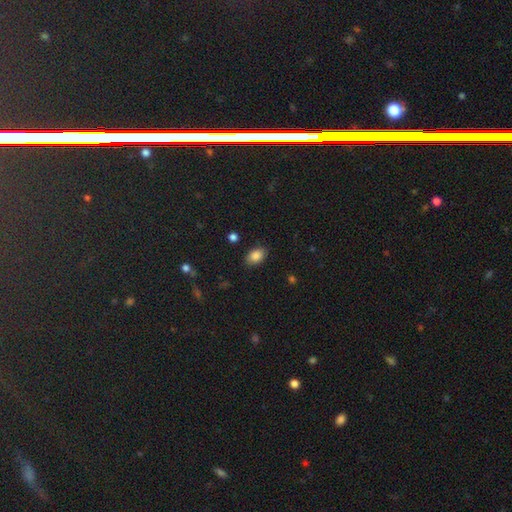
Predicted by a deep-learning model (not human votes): smooth-or-featured: smooth: 86% | star or artifact: 9% | featured or disk: 5%
  how-rounded: in between: 87% | round: 11% | cigar-shaped: 2%
  merging: none: 85% | minor disturbance: 11% | major disturbance: 3% | merger: 1%